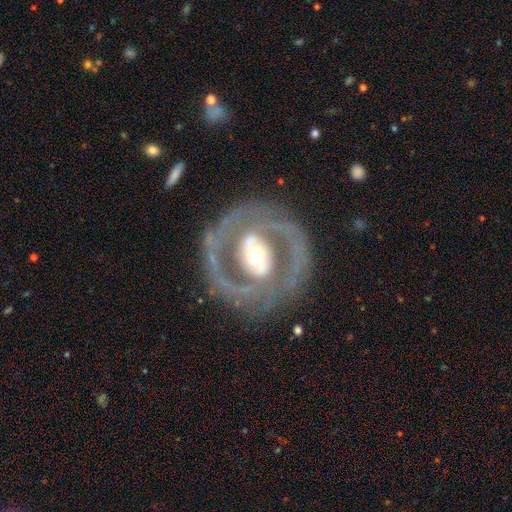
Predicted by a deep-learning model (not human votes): smooth-or-featured: featured or disk: 86% | smooth: 9% | star or artifact: 5%
  disk-edge-on: no: 96% | yes: 4%
    bar: strong: 39% | weak: 32% | no: 30%
    has-spiral-arms: yes: 83% | no: 17%
      spiral-winding: medium: 47% | tight: 35% | loose: 17%
      spiral-arm-count: 2: 87% | can't tell: 5% | 3: 2% | 1: 2% | 4: 1% | more than 4: 1%
    bulge-size: moderate: 62% | large: 21% | small: 13% | dominant: 3% | none: 1%
  merging: none: 79% | minor disturbance: 11% | major disturbance: 8% | merger: 2%